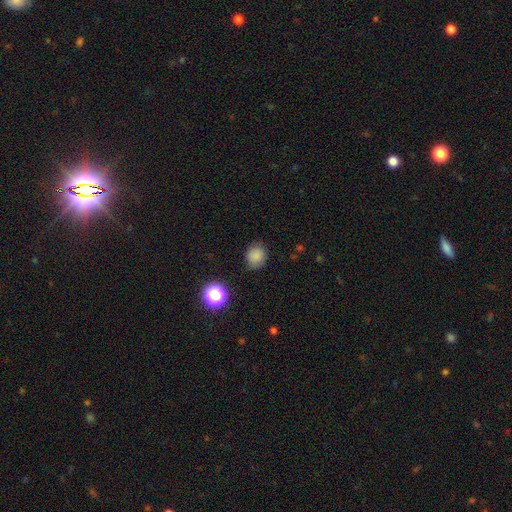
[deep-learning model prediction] Smooth or featured? Predicted: smooth (p=0.83). How rounded? Predicted: round (p=0.76). Merging? Predicted: none (p=0.80).